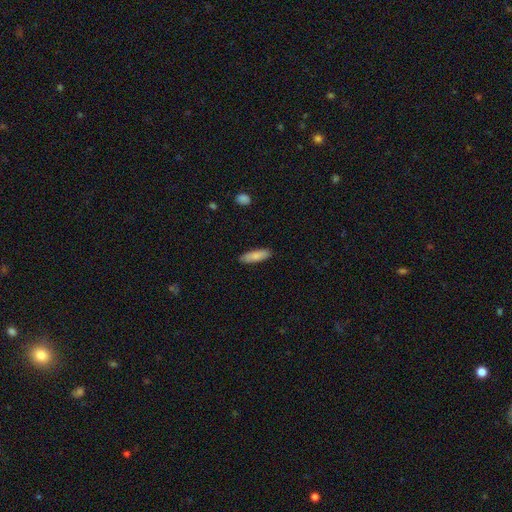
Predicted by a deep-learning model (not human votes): The model was most divided on "how rounded": cigar-shaped: 52%, in between: 46%, round: 2%. More confident: merging — none (89%); smooth or featured — smooth (83%).